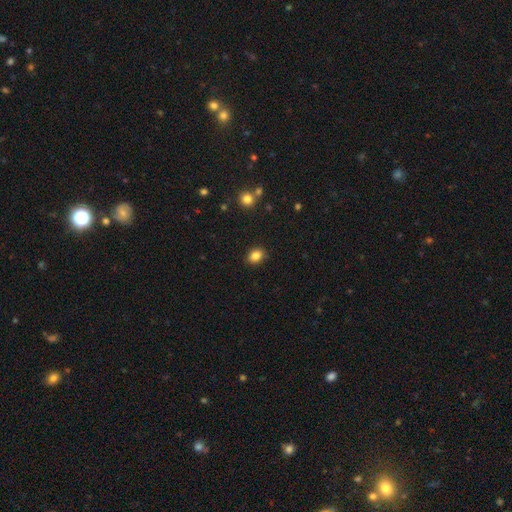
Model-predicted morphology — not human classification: smooth 84%, star or artifact 10%, featured or disk 5%. Down the decision tree: how rounded — in between (54%); merging — none (88%).